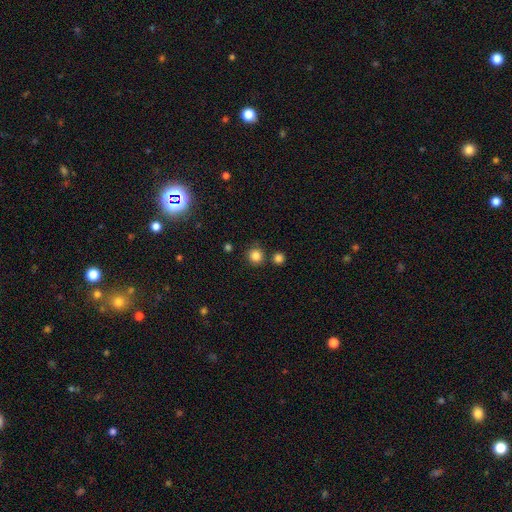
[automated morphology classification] This appears to be a smooth galaxy with no disk features (84%) that is round (93%). Merging: none (82%).